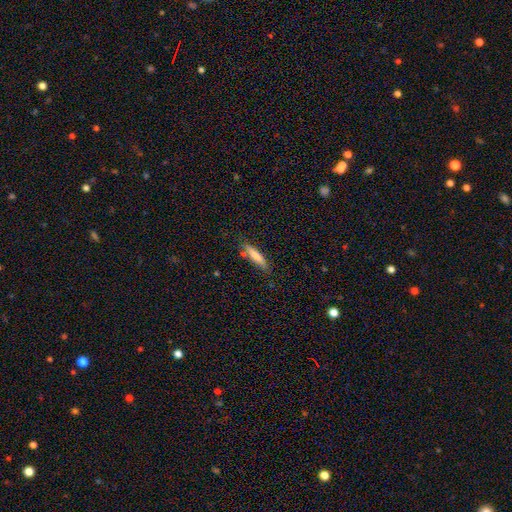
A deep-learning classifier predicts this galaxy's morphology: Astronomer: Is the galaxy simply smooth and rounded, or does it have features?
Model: smooth — 75%.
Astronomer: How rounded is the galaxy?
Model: cigar-shaped — 81%.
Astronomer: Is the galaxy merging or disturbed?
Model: none — 79%.